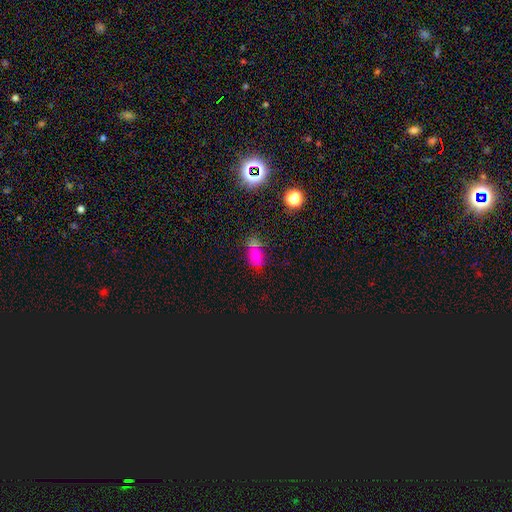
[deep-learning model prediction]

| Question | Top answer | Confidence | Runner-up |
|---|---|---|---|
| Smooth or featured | smooth | 62% | star or artifact (27%) |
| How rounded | in between | 82% | round (14%) |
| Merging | none | 57% | minor disturbance (18%) |